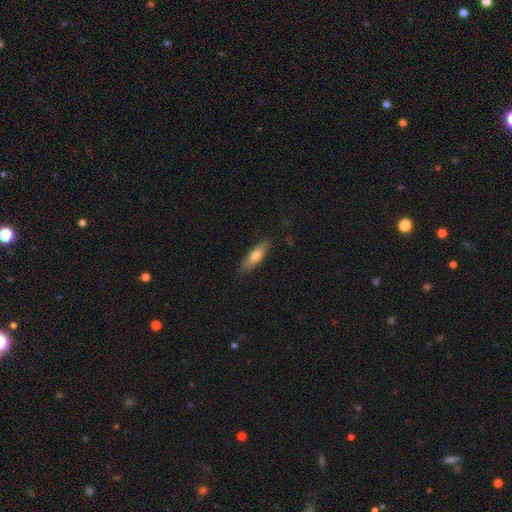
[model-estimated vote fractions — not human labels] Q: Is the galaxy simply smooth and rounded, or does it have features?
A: smooth — 69%.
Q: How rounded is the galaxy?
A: cigar-shaped — 57%.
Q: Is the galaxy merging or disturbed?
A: none — 85%.